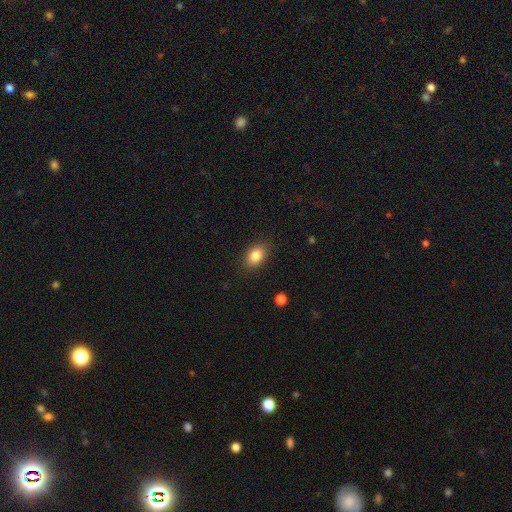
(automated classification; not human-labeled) A smooth galaxy with no disk features (84%) that is in between round and cigar-shaped (82%).

Vote fractions:
- Smooth or featured? smooth: 84% / star or artifact: 9% / featured or disk: 8%
- How rounded? in between: 82% / round: 17% / cigar-shaped: 1%
- Merging? none: 87% / minor disturbance: 10% / major disturbance: 3% / merger: 1%